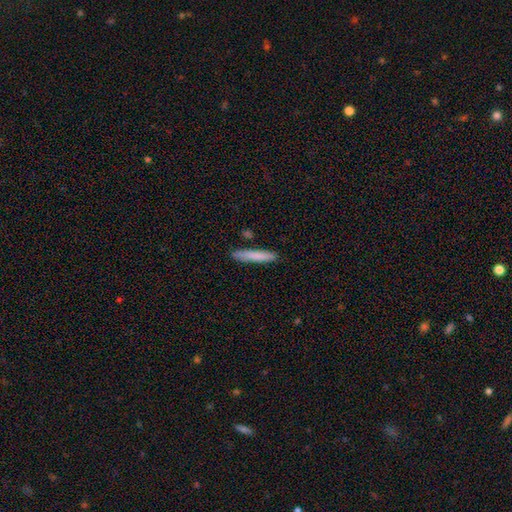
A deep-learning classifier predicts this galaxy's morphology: A smooth galaxy with no disk features (79%) that is cigar-shaped (93%).

Vote fractions:
- Smooth or featured? smooth: 79% / featured or disk: 15% / star or artifact: 6%
- How rounded? cigar-shaped: 93% / in between: 5% / round: 1%
- Merging? none: 86% / minor disturbance: 9% / merger: 2% / major disturbance: 2%